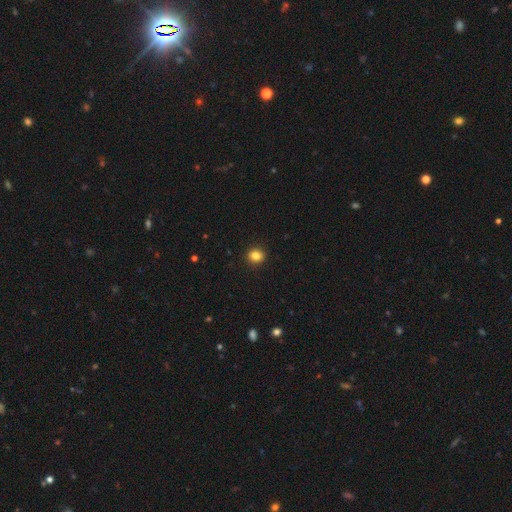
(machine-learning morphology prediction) type=smooth (84%); roundness=round (66%); merging=none (91%).